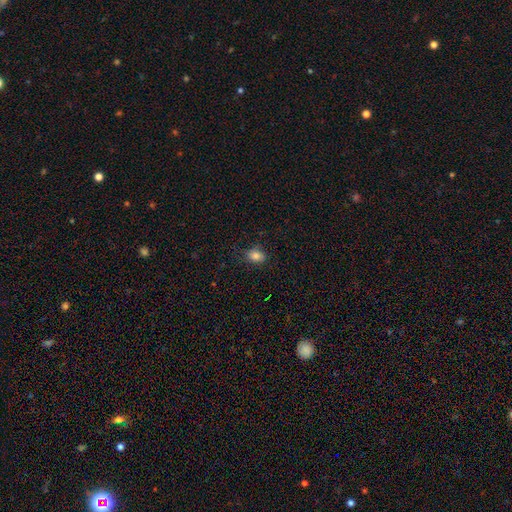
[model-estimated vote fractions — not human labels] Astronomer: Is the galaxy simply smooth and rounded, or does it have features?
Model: smooth — 83%.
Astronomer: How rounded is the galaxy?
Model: in between — 65%.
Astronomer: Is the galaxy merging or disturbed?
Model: none — 81%.